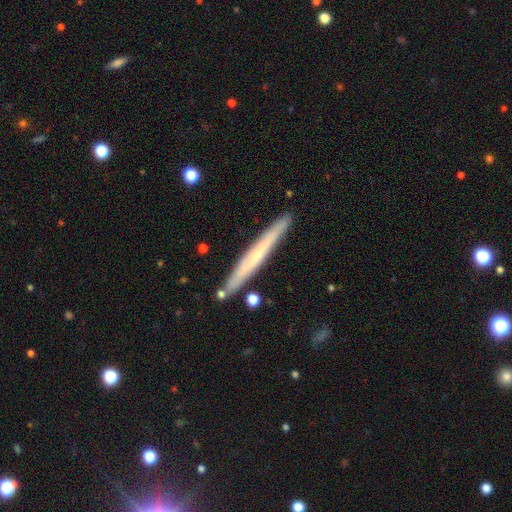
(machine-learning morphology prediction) This appears to be a smooth galaxy with no disk features (48%). Merging: none (88%).